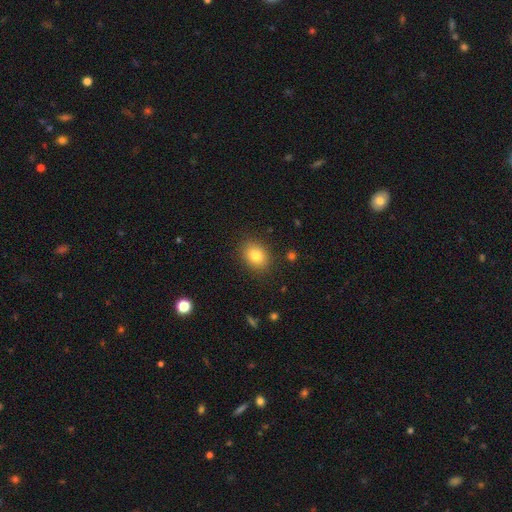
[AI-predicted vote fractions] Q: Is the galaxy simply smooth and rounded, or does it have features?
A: smooth — 82%.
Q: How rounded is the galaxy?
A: in between — 57%.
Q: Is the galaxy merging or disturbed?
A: none — 87%.